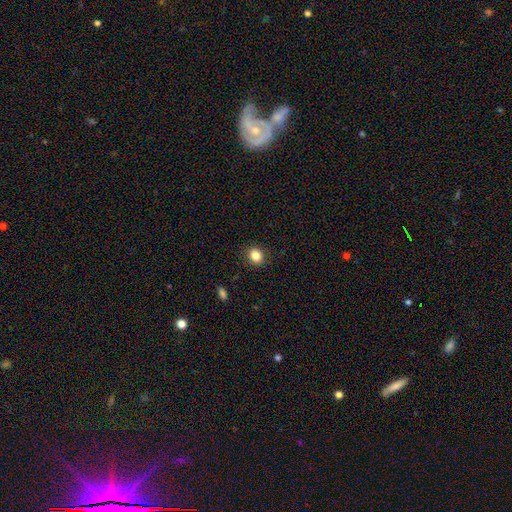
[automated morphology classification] smooth 85%, star or artifact 10%, featured or disk 5%. Down the decision tree: how rounded — round (70%); merging — none (89%).